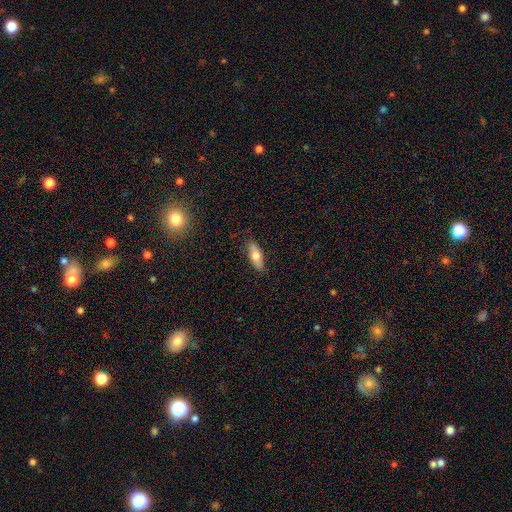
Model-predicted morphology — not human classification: A smooth galaxy with no disk features (67%) that is in between round and cigar-shaped (66%).

Vote fractions:
- Smooth or featured? smooth: 67% / featured or disk: 27% / star or artifact: 6%
- How rounded? in between: 66% / cigar-shaped: 31% / round: 3%
- Merging? none: 83% / minor disturbance: 13% / major disturbance: 3% / merger: 1%